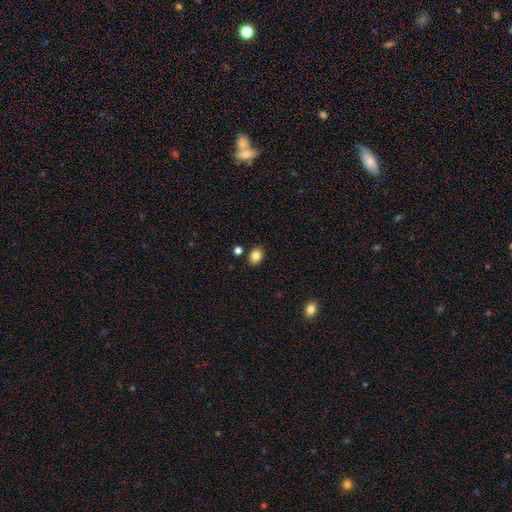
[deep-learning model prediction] A smooth galaxy with no disk features (84%) that is in between round and cigar-shaped (67%).

Vote fractions:
- Smooth or featured? smooth: 84% / star or artifact: 10% / featured or disk: 7%
- How rounded? in between: 67% / round: 32% / cigar-shaped: 1%
- Merging? none: 85% / minor disturbance: 9% / merger: 4% / major disturbance: 2%